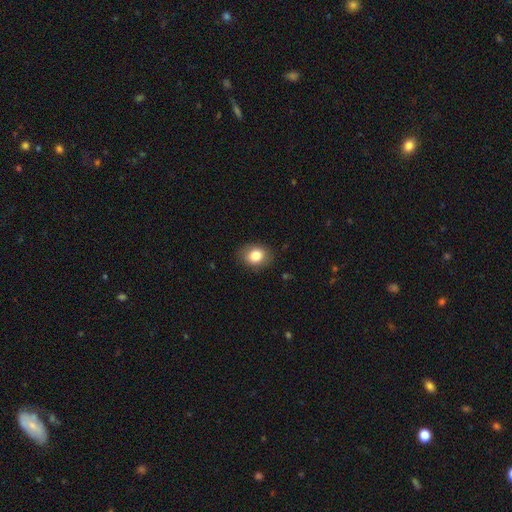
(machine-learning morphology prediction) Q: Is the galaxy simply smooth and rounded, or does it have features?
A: smooth — 83%.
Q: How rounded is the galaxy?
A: in between — 52%.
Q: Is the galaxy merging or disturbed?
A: none — 85%.